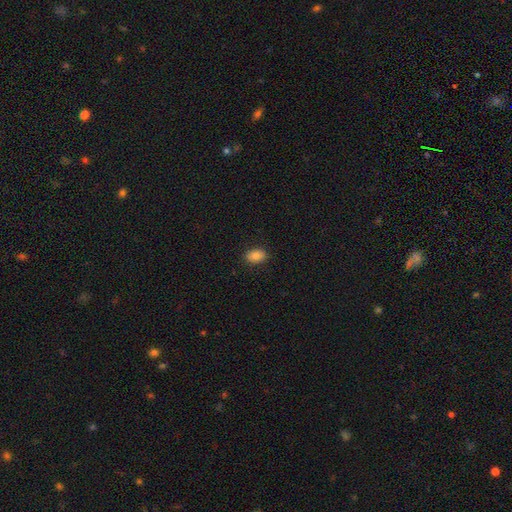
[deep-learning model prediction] Smooth or featured?
  - smooth: 85% *
  - star or artifact: 9%
  - featured or disk: 6%
How rounded?
  - in between: 85% *
  - round: 13%
  - cigar-shaped: 1%
Merging?
  - none: 88% *
  - minor disturbance: 9%
  - major disturbance: 2%
  - merger: 1%